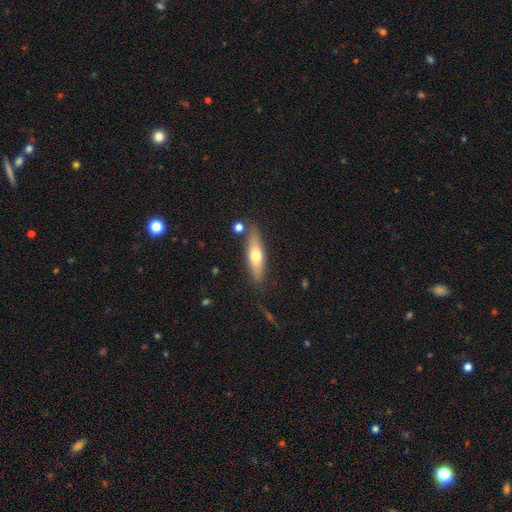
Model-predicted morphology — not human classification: smooth 54%, featured or disk 40%, star or artifact 6%. Down the decision tree: how rounded — cigar-shaped (66%); merging — none (80%).